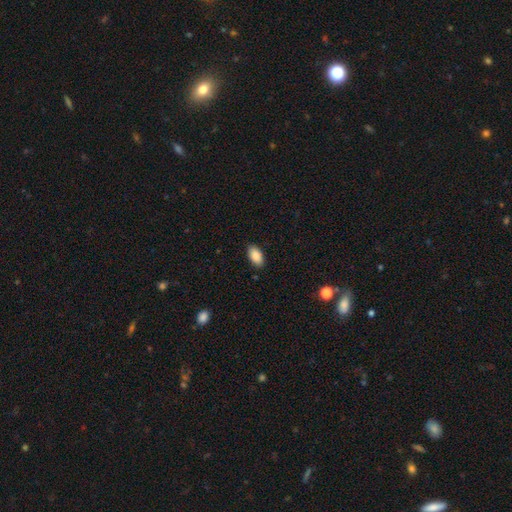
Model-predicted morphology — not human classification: type=smooth (86%); roundness=in between (94%); merging=none (88%).